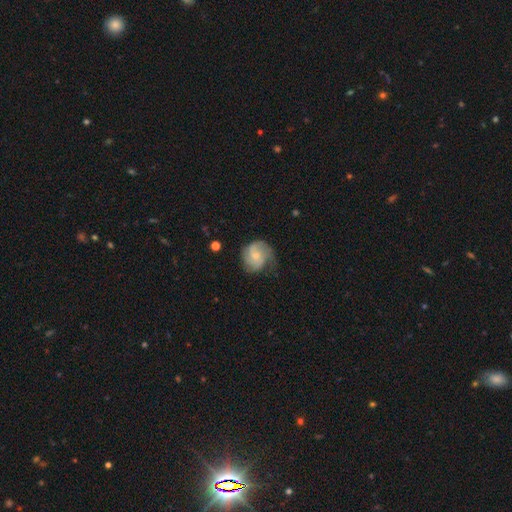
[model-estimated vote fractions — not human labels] Smooth or featured? featured or disk (66%)
Edge-on disk? no (98%)
Bar? no (68%)
Spiral arms? yes (92%)
Spiral winding? medium (43%)
Spiral arm count? 2 (32%, tied with 3)
Bulge size? small (59%)
Merging? none (60%)